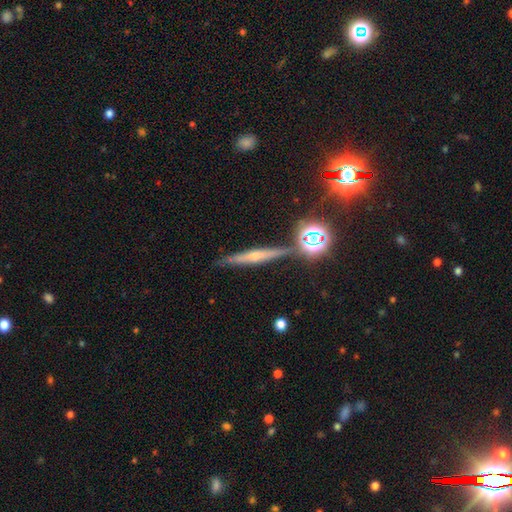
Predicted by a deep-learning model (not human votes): This is likely a featured or disk galaxy (67%). It is clearly viewed edge-on (95%). Edge-on bulge: clearly rounded (82%). Merging: clearly none (82%).